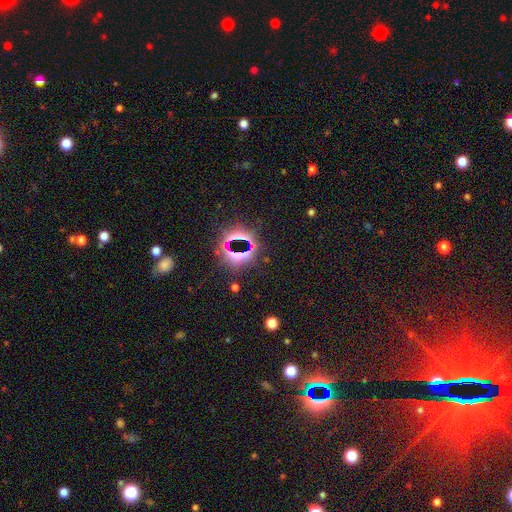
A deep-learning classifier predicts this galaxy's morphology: smooth-or-featured: star or artifact: 73% | smooth: 17% | featured or disk: 10%